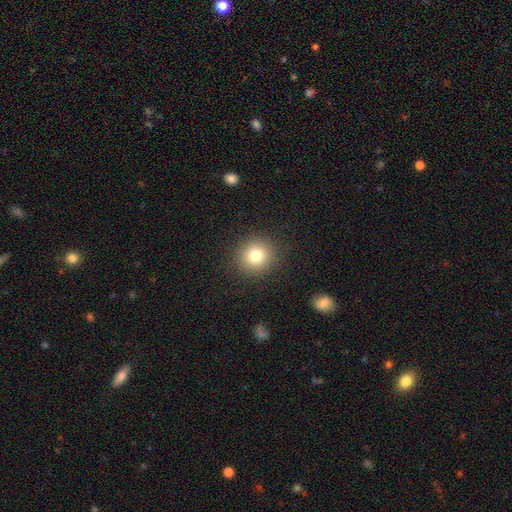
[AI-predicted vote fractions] smooth 79%, star or artifact 12%, featured or disk 9%. Down the decision tree: how rounded — round (91%); merging — none (90%).